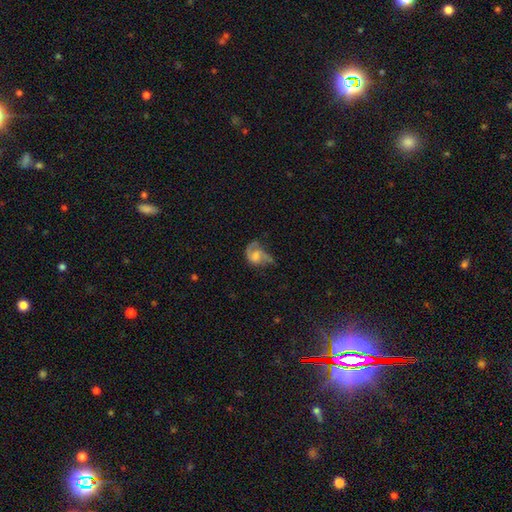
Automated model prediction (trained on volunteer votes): This appears to be a featured or disk galaxy (56%) with no bar (66%), spiral arms (76%) and a moderate central bulge (37%). Merging: major disturbance (39%).